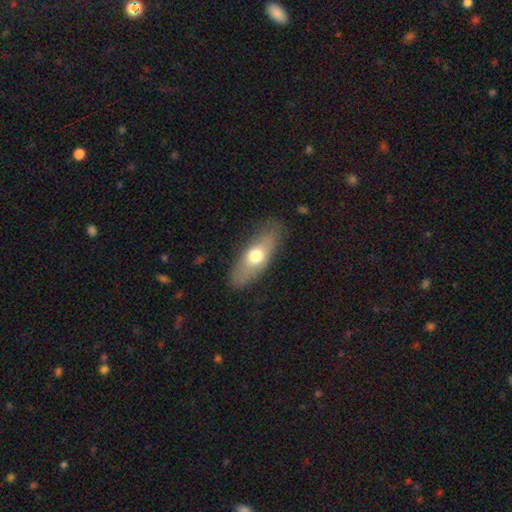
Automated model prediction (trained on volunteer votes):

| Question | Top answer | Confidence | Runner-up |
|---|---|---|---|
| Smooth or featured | smooth | 60% | featured or disk (33%) |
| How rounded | in between | 67% | cigar-shaped (29%) |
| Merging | none | 79% | minor disturbance (15%) |